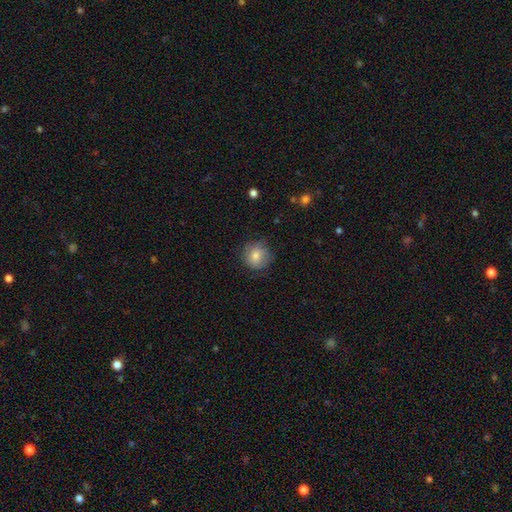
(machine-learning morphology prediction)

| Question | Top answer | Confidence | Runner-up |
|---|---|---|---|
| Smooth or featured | smooth | 78% | featured or disk (14%) |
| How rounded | round | 89% | in between (10%) |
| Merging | none | 75% | minor disturbance (19%) |